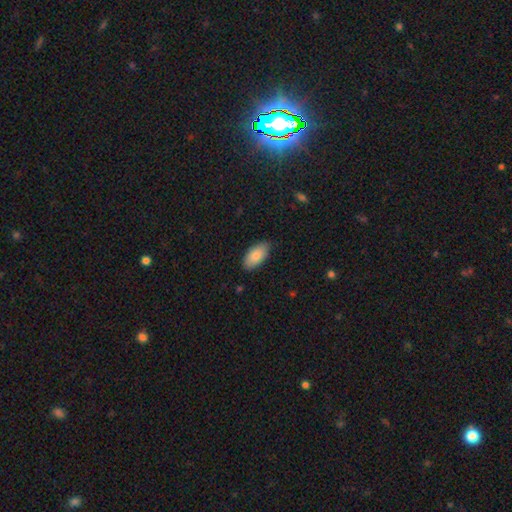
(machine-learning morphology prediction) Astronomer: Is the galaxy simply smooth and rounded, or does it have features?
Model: smooth — 85%.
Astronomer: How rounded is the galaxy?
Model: in between — 94%.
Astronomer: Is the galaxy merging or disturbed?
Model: none — 84%.